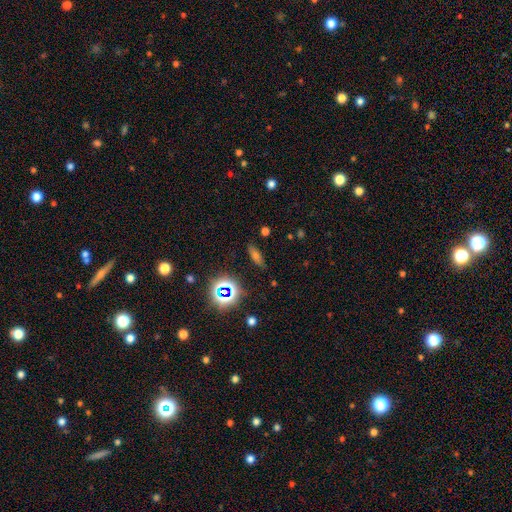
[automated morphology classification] This is possibly a smooth galaxy (51%). How rounded: possibly in between (46%). Merging: clearly none (86%).